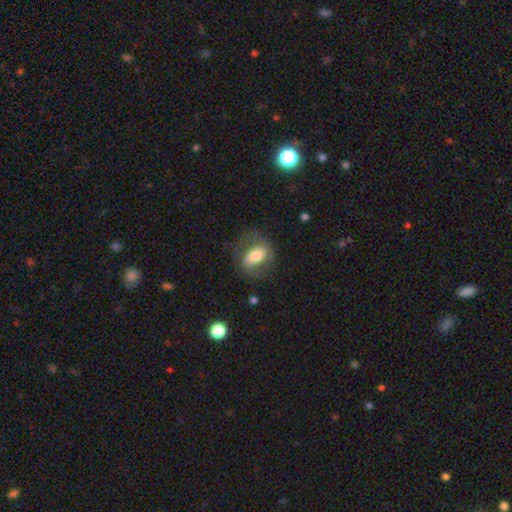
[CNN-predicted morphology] The model was most divided on "smooth or featured": featured or disk: 48%, smooth: 45%, star or artifact: 7%. More confident: merging — none (64%).